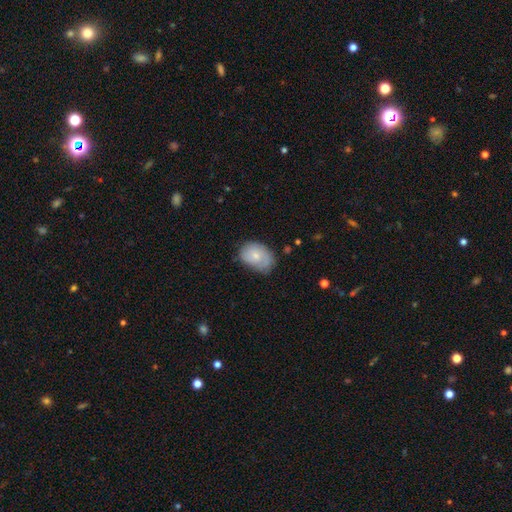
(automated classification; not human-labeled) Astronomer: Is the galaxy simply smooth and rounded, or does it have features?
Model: smooth — 71%.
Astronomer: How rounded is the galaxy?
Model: in between — 74%.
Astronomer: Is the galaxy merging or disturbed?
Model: none — 55% (runner-up: minor disturbance, 35%).